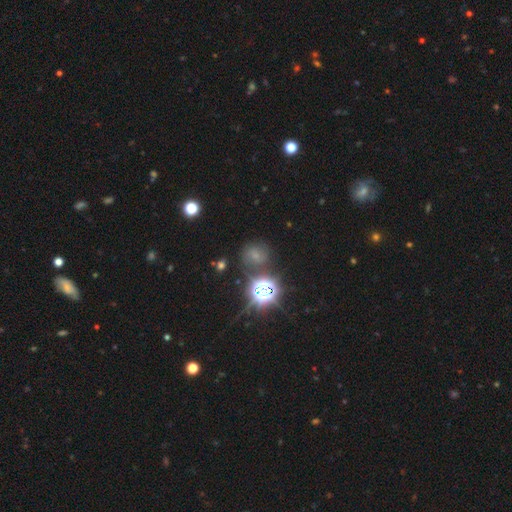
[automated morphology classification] Smooth or featured? star or artifact (42%)